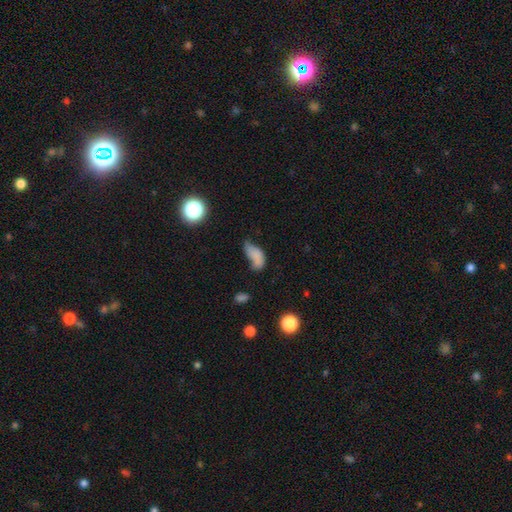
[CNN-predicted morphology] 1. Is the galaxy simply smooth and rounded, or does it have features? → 70% smooth, 18% featured or disk, 13% star or artifact.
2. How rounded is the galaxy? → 88% in between, 6% cigar-shaped, 5% round.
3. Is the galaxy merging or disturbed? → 33% minor disturbance, 29% major disturbance, 25% none, 13% merger.